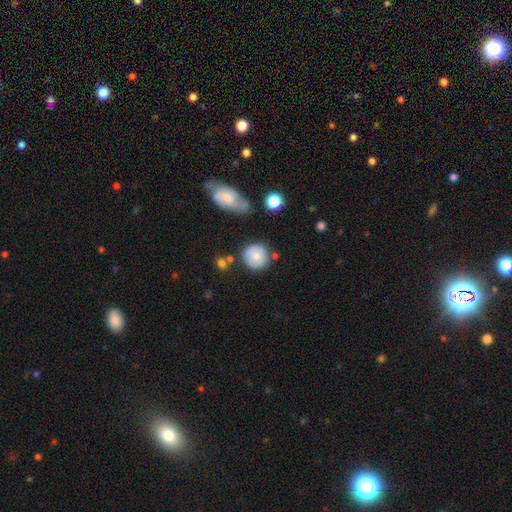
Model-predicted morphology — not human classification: smooth-or-featured: smooth: 78% | featured or disk: 14% | star or artifact: 8%
  how-rounded: round: 92% | in between: 7% | cigar-shaped: 1%
  merging: none: 75% | minor disturbance: 14% | merger: 7% | major disturbance: 4%